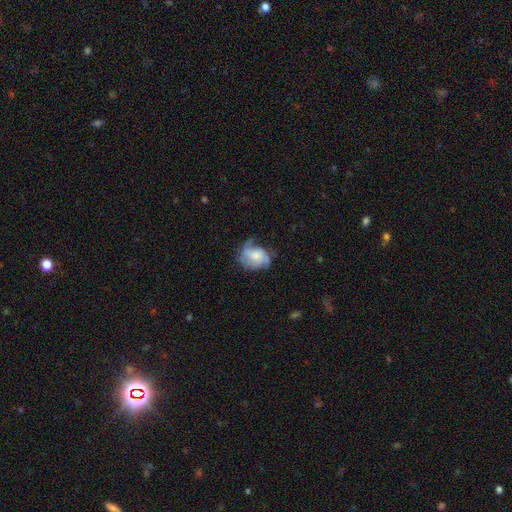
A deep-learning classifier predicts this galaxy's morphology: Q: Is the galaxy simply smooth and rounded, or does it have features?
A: featured or disk — 49%.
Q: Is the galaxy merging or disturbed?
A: none — 40%.